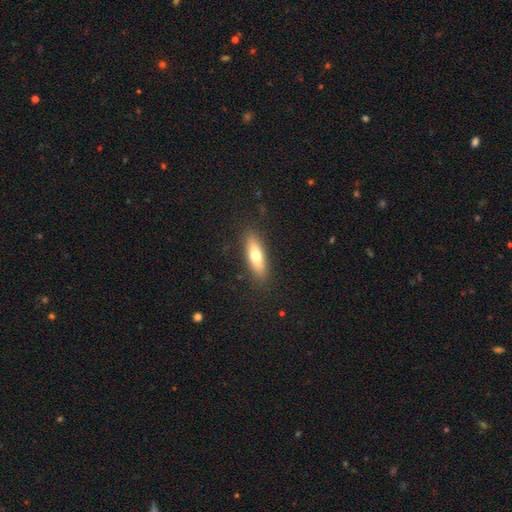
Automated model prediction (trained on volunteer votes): A smooth galaxy with no disk features (65%) that is cigar-shaped (52%). Merging: none (87%).